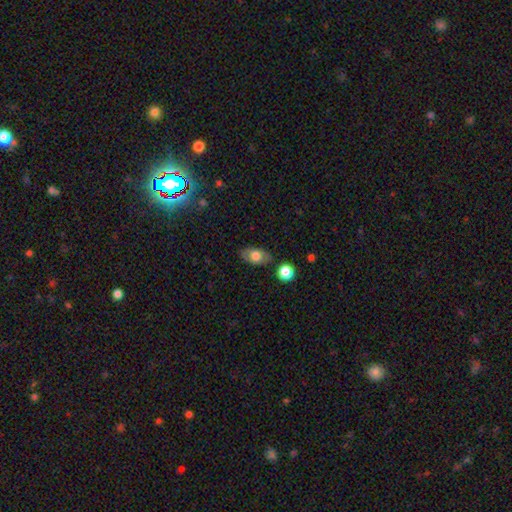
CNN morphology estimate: Smooth or featured?
  - smooth: 72% *
  - featured or disk: 21%
  - star or artifact: 8%
How rounded?
  - in between: 88% *
  - round: 9%
  - cigar-shaped: 3%
Merging?
  - none: 80% *
  - minor disturbance: 13%
  - merger: 3%
  - major disturbance: 3%